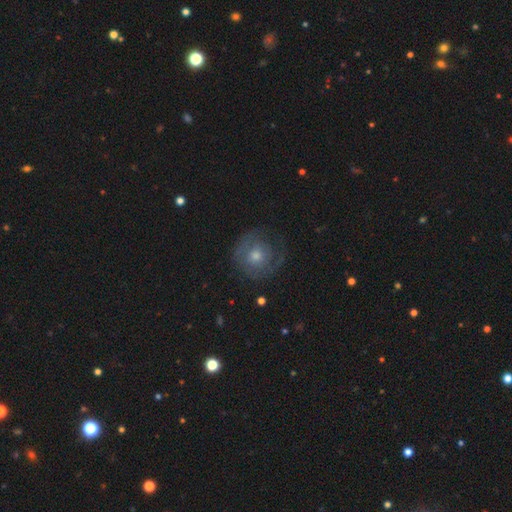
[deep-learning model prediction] A featured or disk galaxy (57%) with no bar (82%), spiral arms (74%) and a moderate central bulge (59%). Merging: none (74%).